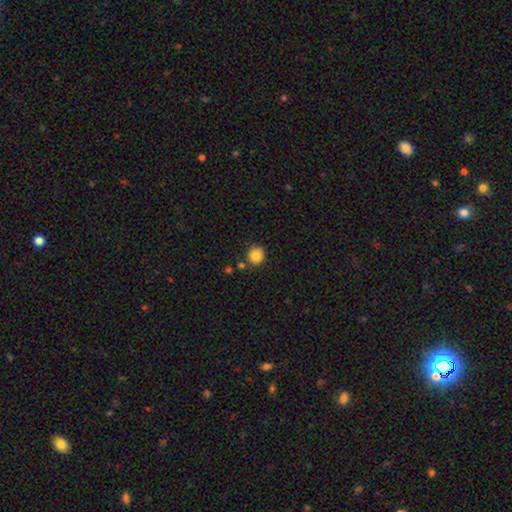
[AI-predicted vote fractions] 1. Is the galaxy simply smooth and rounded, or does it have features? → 85% smooth, 10% star or artifact, 5% featured or disk.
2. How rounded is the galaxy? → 89% round, 10% in between, 1% cigar-shaped.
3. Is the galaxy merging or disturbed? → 84% none, 9% minor disturbance, 5% merger, 2% major disturbance.